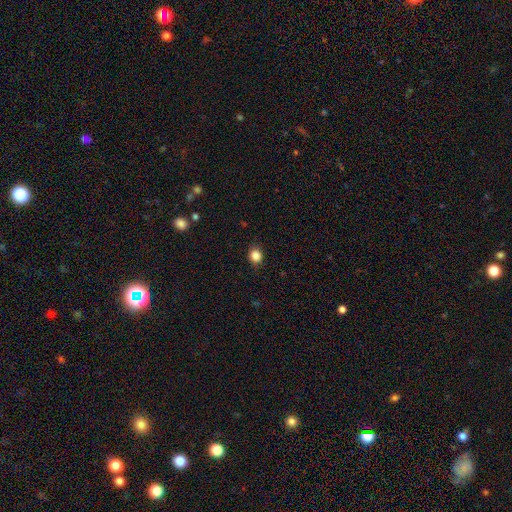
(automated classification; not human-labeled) A smooth galaxy with no disk features (86%) that is round (70%).

Vote fractions:
- Smooth or featured? smooth: 86% / star or artifact: 11% / featured or disk: 4%
- How rounded? round: 70% / in between: 29% / cigar-shaped: 1%
- Merging? none: 85% / minor disturbance: 11% / major disturbance: 3% / merger: 1%